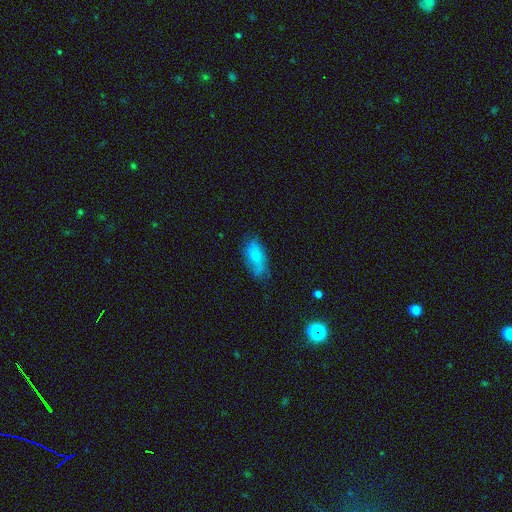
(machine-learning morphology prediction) The model was most divided on "merging": none: 53%, minor disturbance: 32%, major disturbance: 12%, merger: 3%. More confident: how rounded — in between (86%); smooth or featured — smooth (74%).